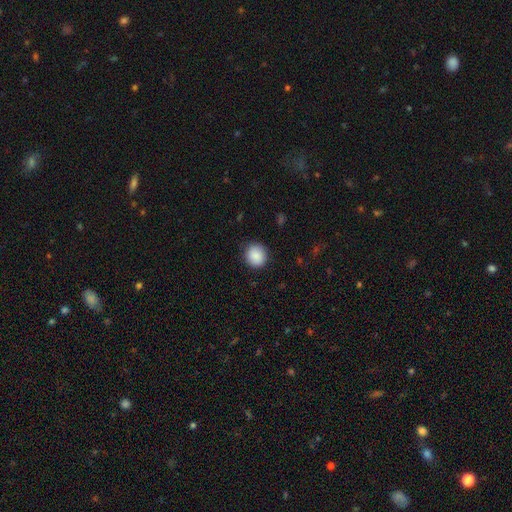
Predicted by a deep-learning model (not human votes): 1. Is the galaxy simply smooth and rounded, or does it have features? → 89% smooth, 7% star or artifact, 3% featured or disk.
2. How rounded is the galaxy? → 88% round, 11% in between, 1% cigar-shaped.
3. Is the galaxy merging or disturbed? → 88% none, 8% minor disturbance, 2% major disturbance, 1% merger.